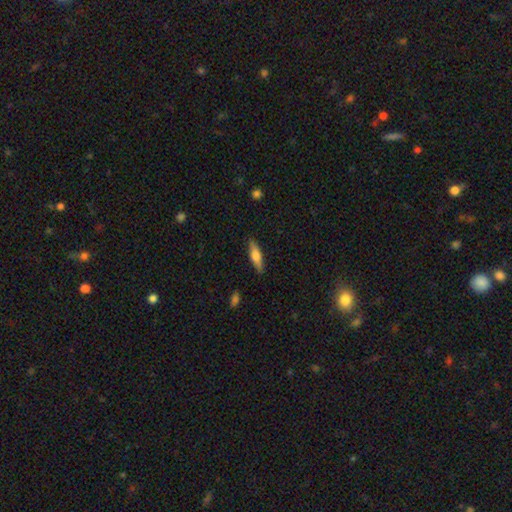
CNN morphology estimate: type=smooth (58%); roundness=cigar-shaped (66%); merging=none (87%).